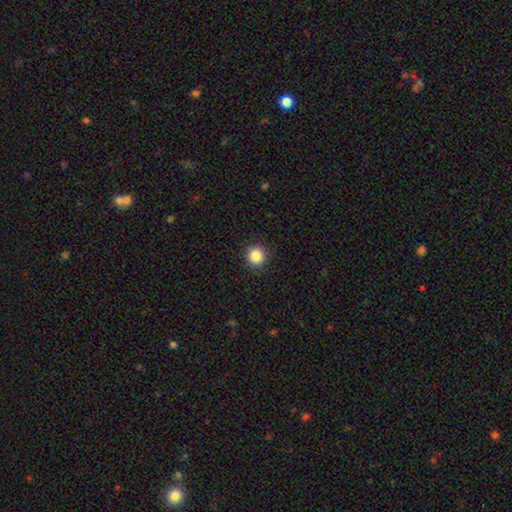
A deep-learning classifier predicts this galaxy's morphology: Smooth or featured? smooth (86%)
How rounded? round (94%)
Merging? none (92%)